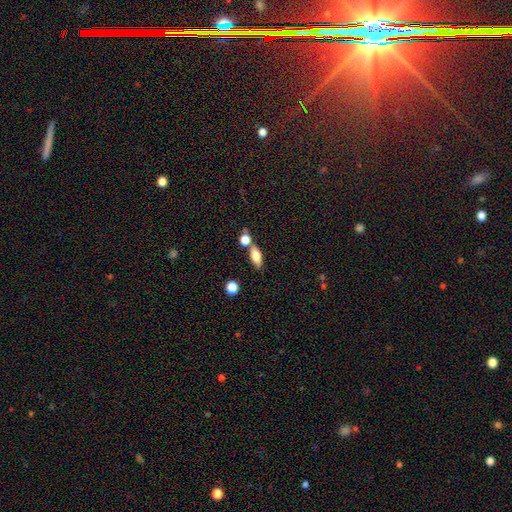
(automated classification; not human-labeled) Morphology: type=smooth (75%); roundness=in between (77%); merging=none (66%).